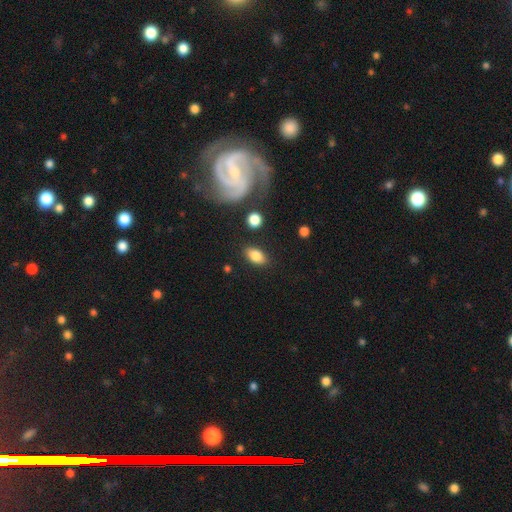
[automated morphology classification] smooth 82%, featured or disk 10%, star or artifact 8%. Down the decision tree: how rounded — in between (90%); merging — none (82%).